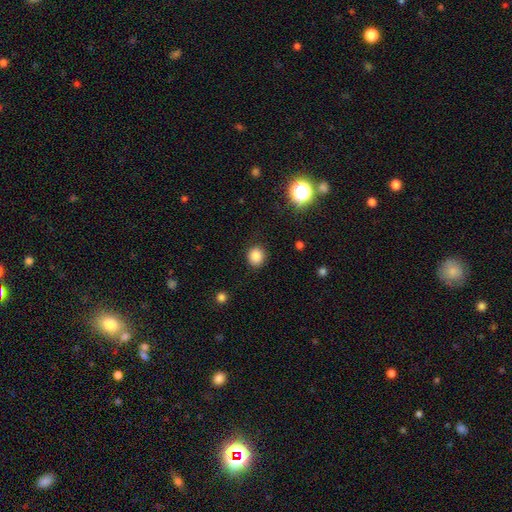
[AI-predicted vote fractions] Smooth or featured?
  - smooth: 84% *
  - star or artifact: 11%
  - featured or disk: 4%
How rounded?
  - round: 80% *
  - in between: 19%
  - cigar-shaped: 1%
Merging?
  - none: 88% *
  - minor disturbance: 8%
  - major disturbance: 3%
  - merger: 1%